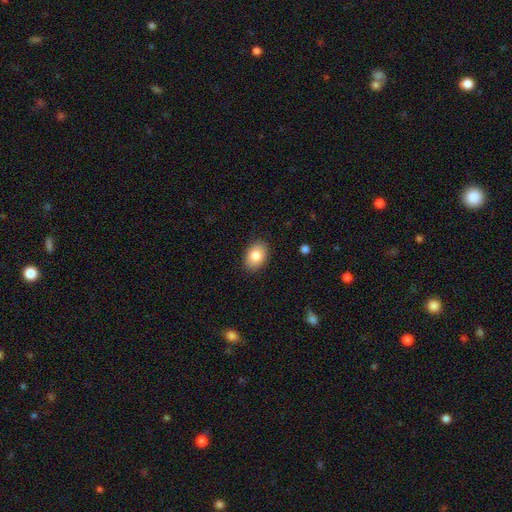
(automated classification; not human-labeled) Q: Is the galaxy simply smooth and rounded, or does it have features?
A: smooth — 84%.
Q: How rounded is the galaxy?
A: in between — 82%.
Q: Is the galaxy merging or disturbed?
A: none — 88%.